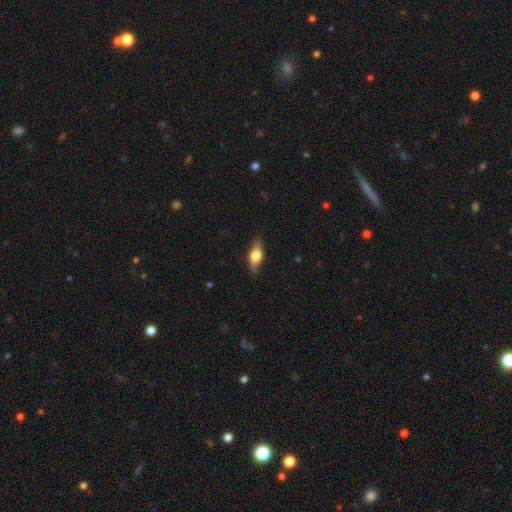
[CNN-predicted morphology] This appears to be a smooth galaxy with no disk features (49%). Merging: none (84%).